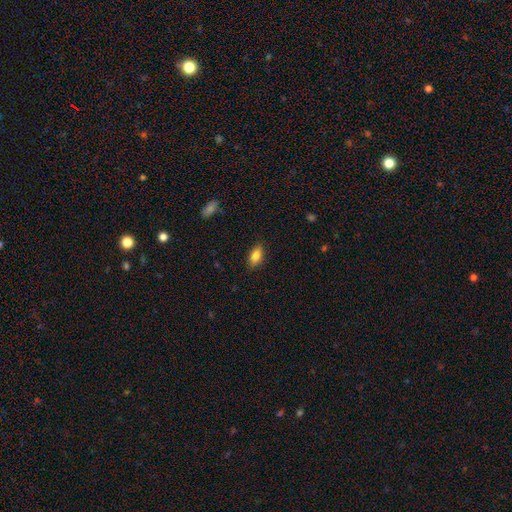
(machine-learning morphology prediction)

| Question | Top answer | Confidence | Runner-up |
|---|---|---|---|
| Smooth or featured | smooth | 84% | featured or disk (8%) |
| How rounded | in between | 88% | cigar-shaped (7%) |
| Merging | none | 87% | minor disturbance (10%) |